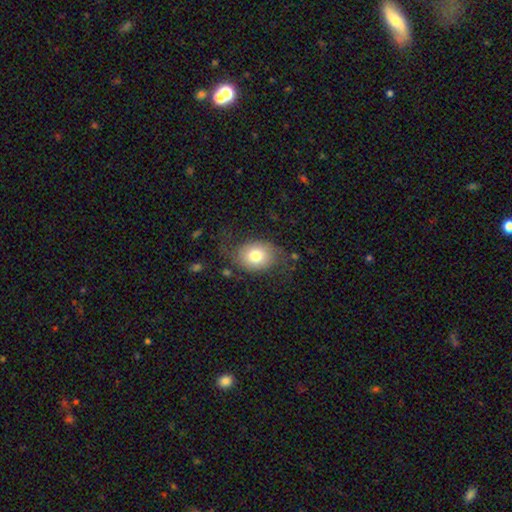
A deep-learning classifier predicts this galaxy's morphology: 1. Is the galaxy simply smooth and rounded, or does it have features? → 59% smooth, 32% featured or disk, 9% star or artifact.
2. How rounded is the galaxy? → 52% in between, 46% round, 1% cigar-shaped.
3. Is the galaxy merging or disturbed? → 62% none, 20% minor disturbance, 16% major disturbance, 2% merger.